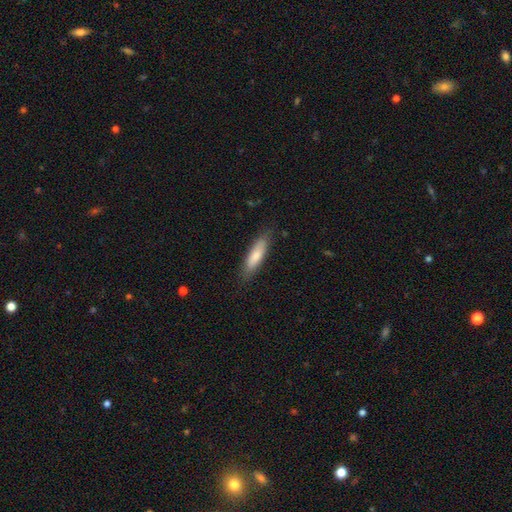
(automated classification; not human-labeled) A smooth galaxy with no disk features (79%) that is cigar-shaped (61%).

Vote fractions:
- Smooth or featured? smooth: 79% / featured or disk: 16% / star or artifact: 5%
- How rounded? cigar-shaped: 61% / in between: 37% / round: 2%
- Merging? none: 82% / minor disturbance: 14% / major disturbance: 3% / merger: 1%